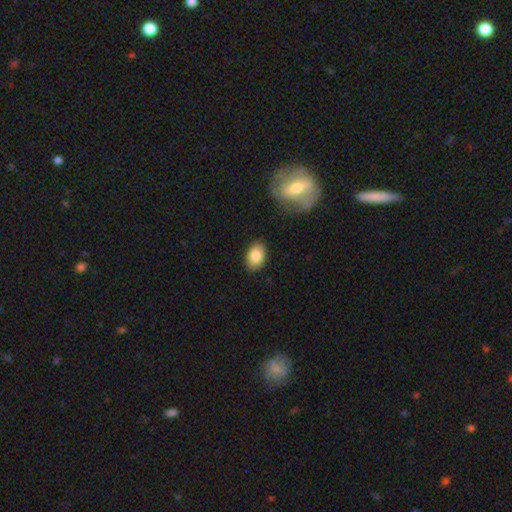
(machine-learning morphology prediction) Smooth or featured: smooth — 85% (featured or disk — 8%)
How rounded: in between — 85% (round — 14%)
Merging: none — 86% (minor disturbance — 10%)